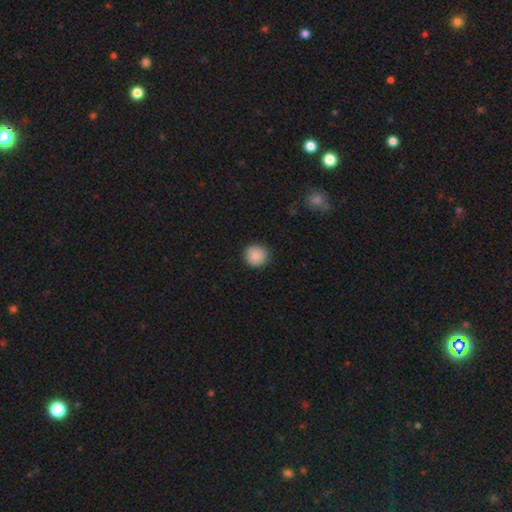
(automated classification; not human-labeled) This appears to be a smooth galaxy with no disk features (83%) that is round (93%). Merging: none (90%).